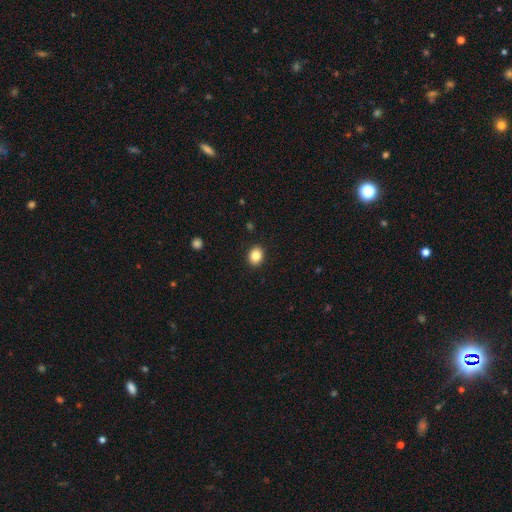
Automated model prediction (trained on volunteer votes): Smooth or featured: smooth — 85% (star or artifact — 9%)
How rounded: round — 54% (in between — 45%)
Merging: none — 91% (minor disturbance — 6%)